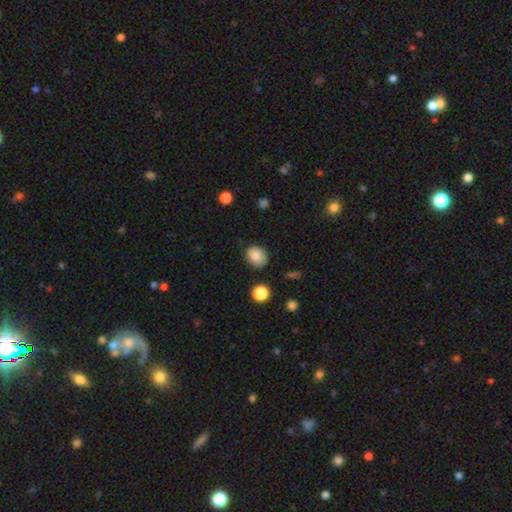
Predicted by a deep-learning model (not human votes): smooth 83%, star or artifact 10%, featured or disk 7%. Down the decision tree: how rounded — round (63%); merging — none (79%).